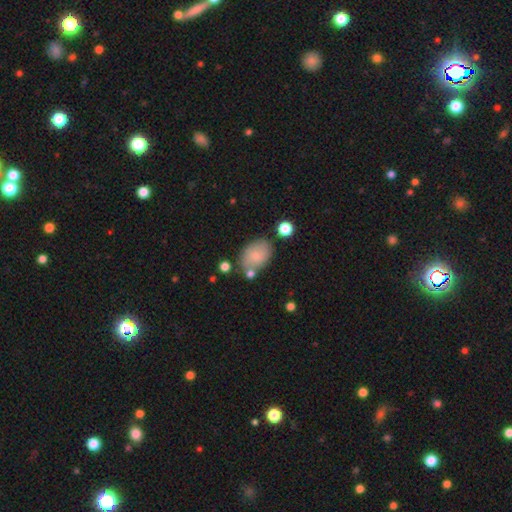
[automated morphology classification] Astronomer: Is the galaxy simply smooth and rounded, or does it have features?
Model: smooth — 80%.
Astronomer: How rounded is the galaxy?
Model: in between — 84%.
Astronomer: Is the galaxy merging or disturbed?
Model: none — 70%.